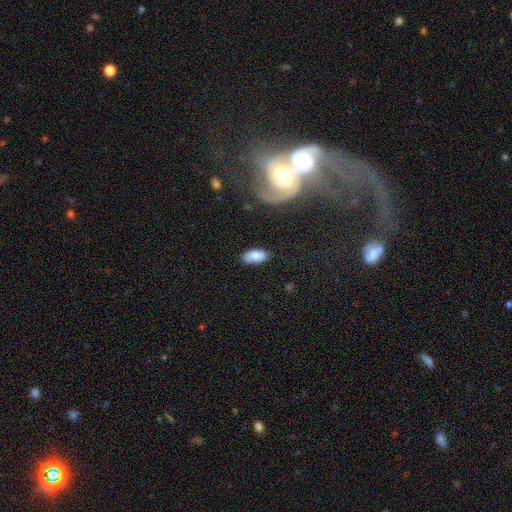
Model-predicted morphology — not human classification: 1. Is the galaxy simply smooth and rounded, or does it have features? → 76% smooth, 16% featured or disk, 8% star or artifact.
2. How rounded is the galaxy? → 93% in between, 3% round, 3% cigar-shaped.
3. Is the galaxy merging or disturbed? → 73% none, 19% minor disturbance, 5% major disturbance, 3% merger.